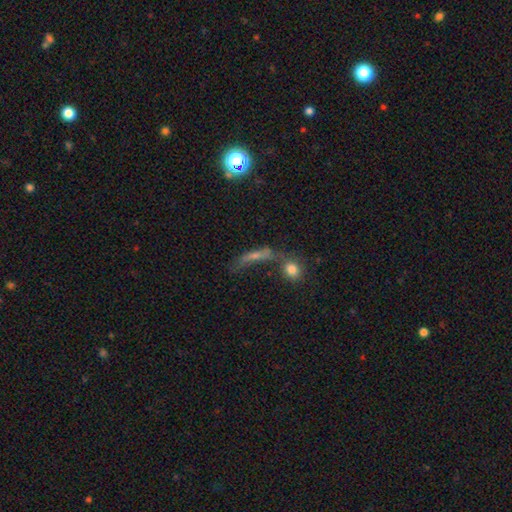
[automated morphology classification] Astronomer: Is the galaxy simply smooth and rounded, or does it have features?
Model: smooth — 48% (runner-up: featured or disk, 30%).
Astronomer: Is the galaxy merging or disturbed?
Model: merger — 33% (runner-up: none, 30%).